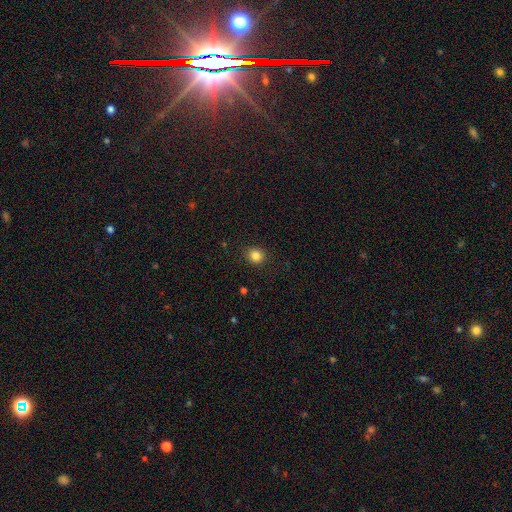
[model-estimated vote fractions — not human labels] Smooth or featured? Predicted: smooth (p=0.84). How rounded? Predicted: round (p=0.82). Merging? Predicted: none (p=0.90).